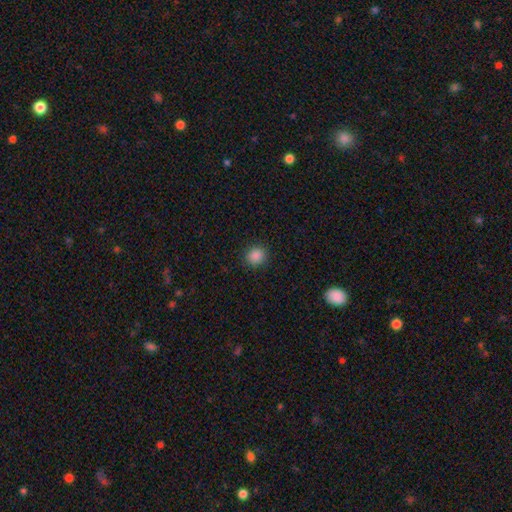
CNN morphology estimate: Smooth or featured? Predicted: smooth (p=0.87). How rounded? Predicted: round (p=0.86). Merging? Predicted: none (p=0.91).